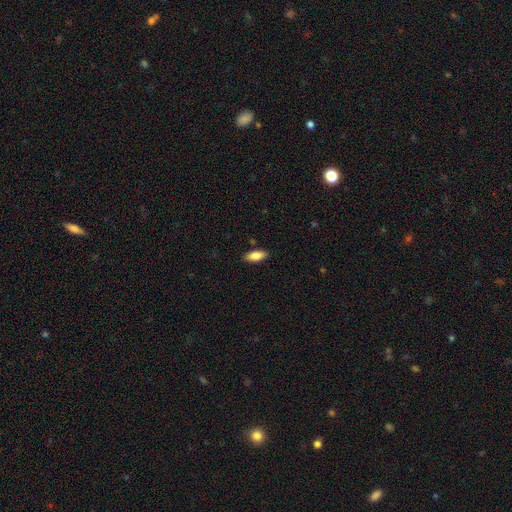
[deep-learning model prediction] The model was most divided on "how rounded": in between: 81%, cigar-shaped: 17%, round: 2%. More confident: merging — none (88%); smooth or featured — smooth (85%).